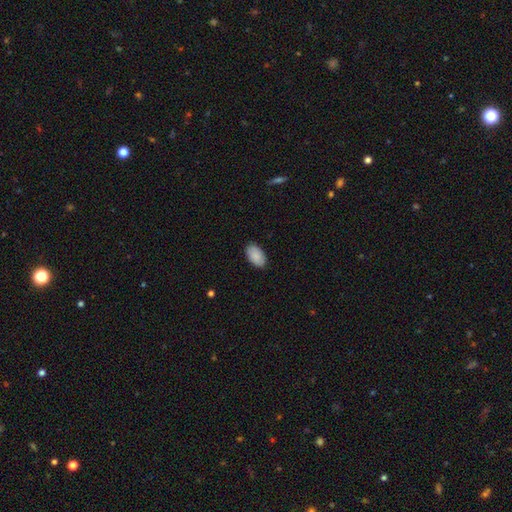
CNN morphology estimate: Smooth or featured: smooth — 89% (star or artifact — 6%)
How rounded: in between — 95% (round — 4%)
Merging: none — 88% (minor disturbance — 9%)